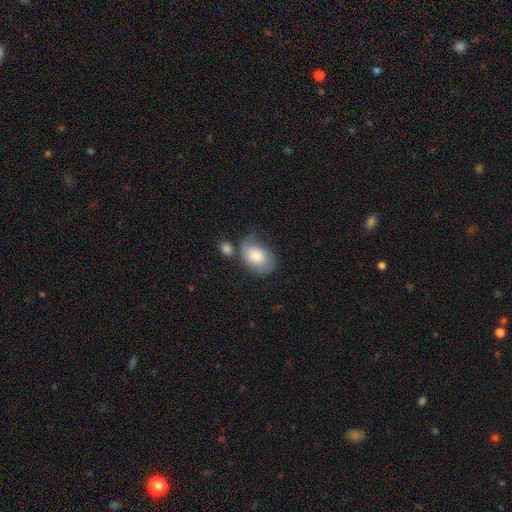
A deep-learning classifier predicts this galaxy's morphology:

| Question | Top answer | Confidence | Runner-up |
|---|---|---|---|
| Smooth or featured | smooth | 76% | featured or disk (17%) |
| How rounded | in between | 81% | round (18%) |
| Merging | none | 42% | minor disturbance (29%) |